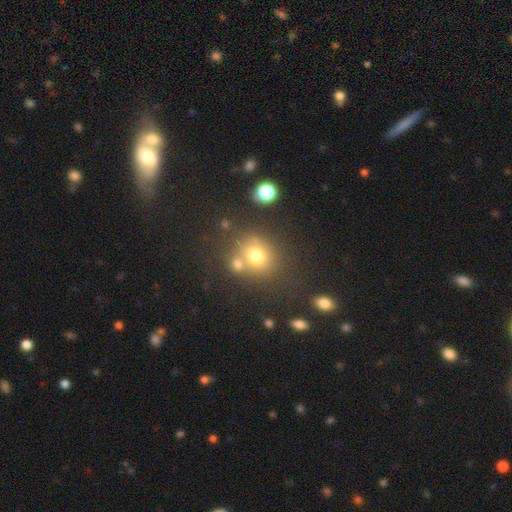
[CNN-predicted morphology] smooth-or-featured: smooth: 72% | star or artifact: 16% | featured or disk: 12%
  how-rounded: round: 77% | in between: 22% | cigar-shaped: 1%
  merging: none: 60% | merger: 24% | minor disturbance: 11% | major disturbance: 5%